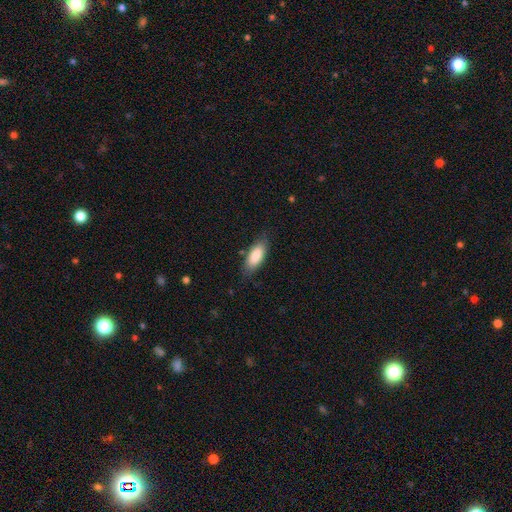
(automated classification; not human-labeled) A smooth galaxy with no disk features (86%) that is in between round and cigar-shaped (78%). Merging: none (80%).